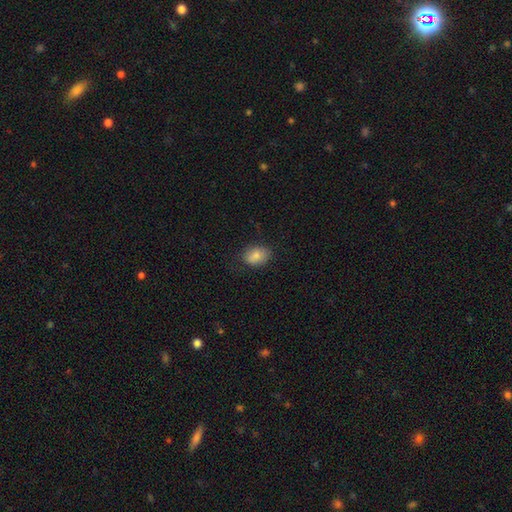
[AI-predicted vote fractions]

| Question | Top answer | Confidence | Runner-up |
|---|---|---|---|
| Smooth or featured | smooth | 81% | featured or disk (10%) |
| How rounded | in between | 73% | round (26%) |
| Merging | none | 77% | minor disturbance (17%) |